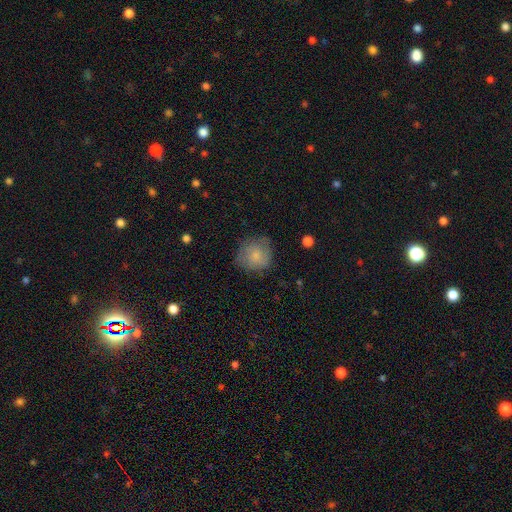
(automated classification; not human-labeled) A smooth galaxy with no disk features (74%) that is round (85%).

Vote fractions:
- Smooth or featured? smooth: 74% / featured or disk: 18% / star or artifact: 8%
- How rounded? round: 85% / in between: 14% / cigar-shaped: 1%
- Merging? none: 68% / minor disturbance: 24% / major disturbance: 7% / merger: 1%